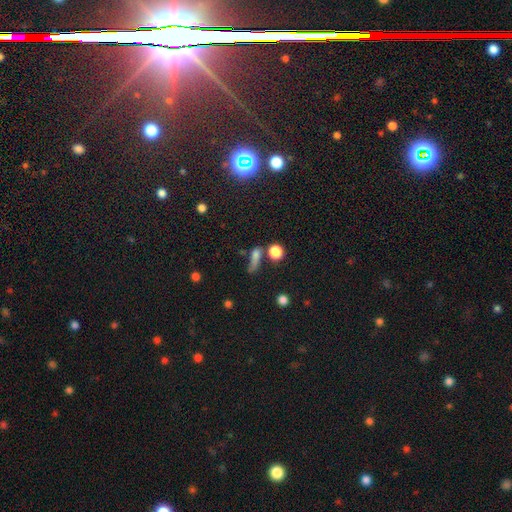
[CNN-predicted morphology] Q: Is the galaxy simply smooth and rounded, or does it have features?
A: smooth — 66%.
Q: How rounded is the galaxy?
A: cigar-shaped — 39%.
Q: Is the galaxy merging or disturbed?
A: none — 41%.